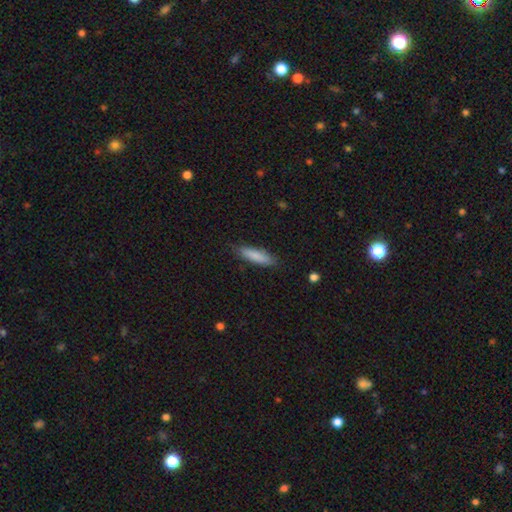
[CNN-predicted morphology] Smooth or featured? smooth (85%)
How rounded? cigar-shaped (69%)
Merging? none (82%)